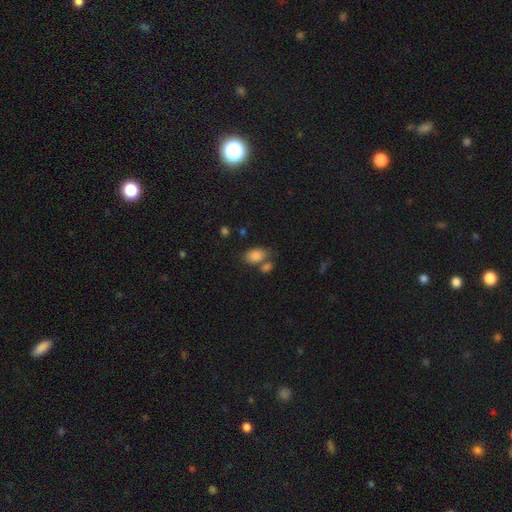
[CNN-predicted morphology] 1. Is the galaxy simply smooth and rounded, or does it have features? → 84% smooth, 9% star or artifact, 7% featured or disk.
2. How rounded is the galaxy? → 86% in between, 12% round, 1% cigar-shaped.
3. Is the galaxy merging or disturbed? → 53% none, 27% merger, 15% minor disturbance, 5% major disturbance.